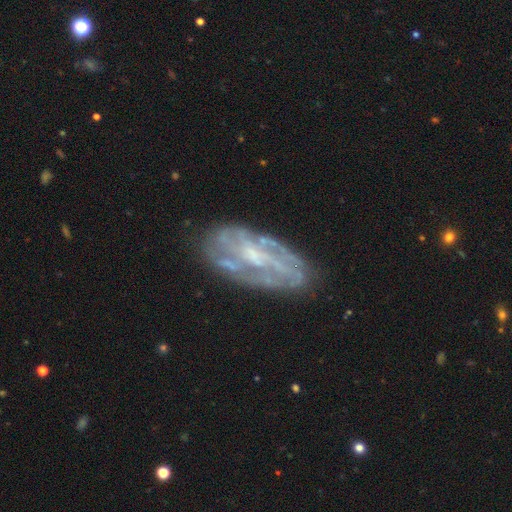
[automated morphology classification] This is likely a featured or disk galaxy (77%). It is clearly not viewed edge-on (92%). Bar: possibly no (45%). Spiral arm pattern: likely yes (71%). Spiral arm count: possibly can't tell (54%). Spiral winding: possibly tight (50%). Central bulge: marginally small (44%). Merging: likely none (69%).